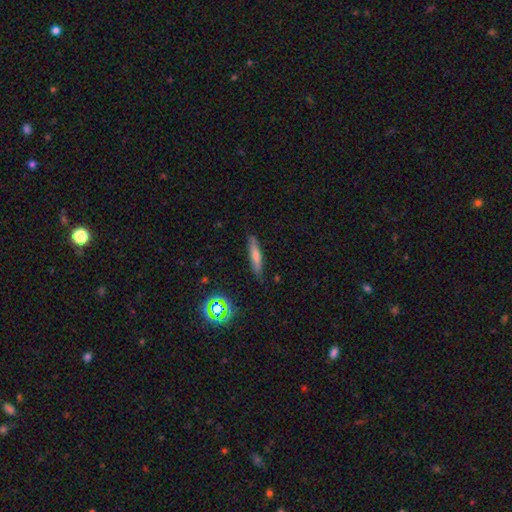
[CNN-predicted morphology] Smooth or featured: smooth — 47% (featured or disk — 39%)
Merging: none — 87% (minor disturbance — 9%)